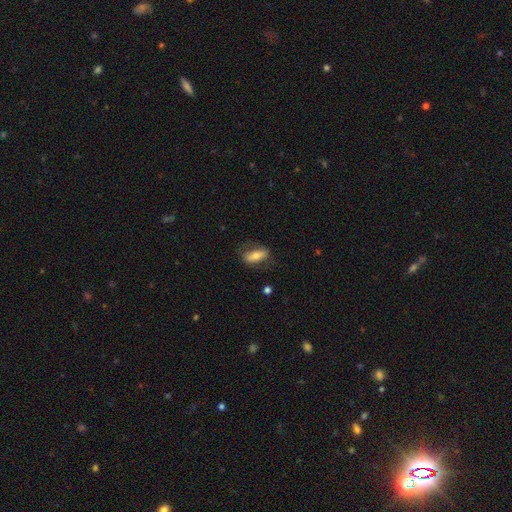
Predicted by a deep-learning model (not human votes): Morphology: type=smooth (62%); roundness=in between (71%); merging=none (67%).